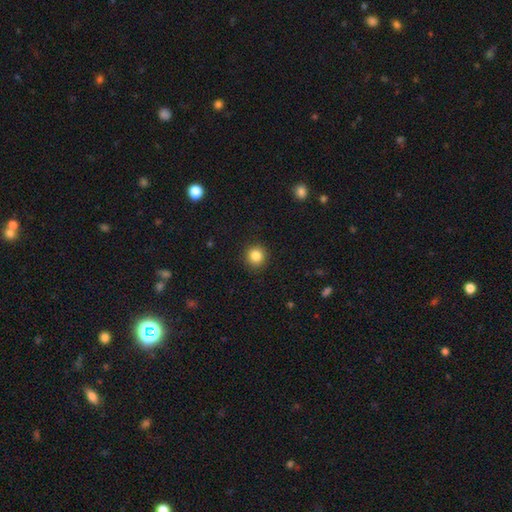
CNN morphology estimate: This appears to be a smooth galaxy with no disk features (85%) that is round (93%). Merging: none (91%).